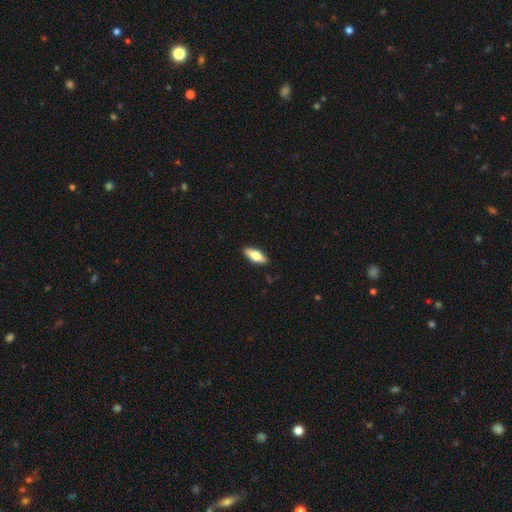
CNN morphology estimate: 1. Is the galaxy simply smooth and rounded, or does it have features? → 63% smooth, 31% featured or disk, 6% star or artifact.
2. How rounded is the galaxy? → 68% in between, 29% cigar-shaped, 3% round.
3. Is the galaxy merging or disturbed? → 89% none, 9% minor disturbance, 2% major disturbance, 1% merger.